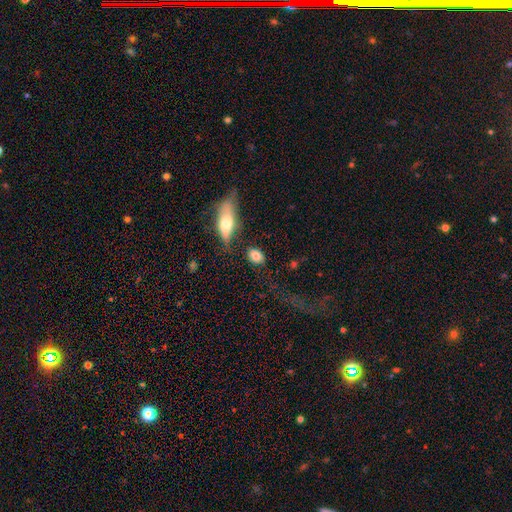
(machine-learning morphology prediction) A smooth galaxy with no disk features (83%) that is in between round and cigar-shaped (75%). Merging: none (71%).